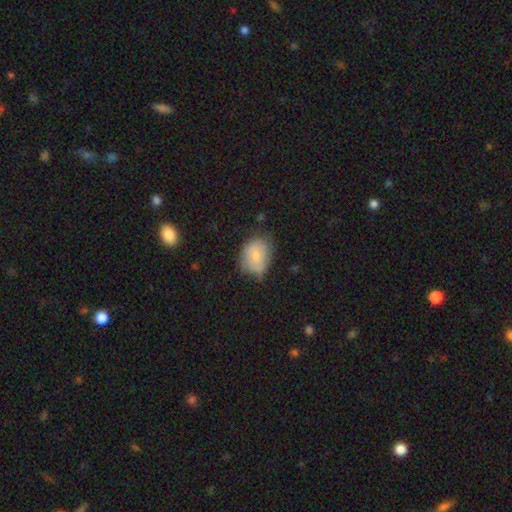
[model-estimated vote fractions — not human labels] Smooth or featured? smooth (71%)
How rounded? in between (62%)
Merging? none (54%)